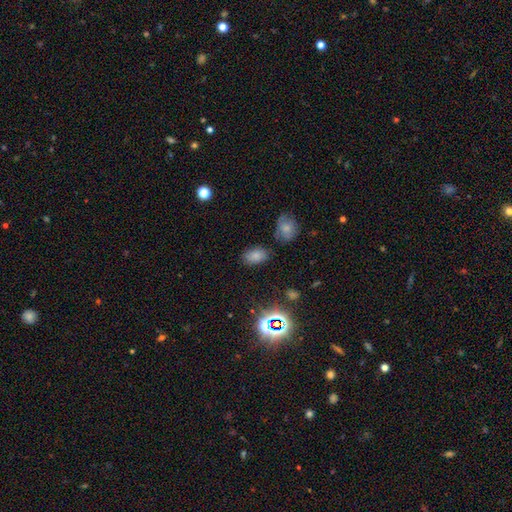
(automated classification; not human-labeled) smooth_or_featured: smooth (p=0.76) [alt: star or artifact p=0.17]
how_rounded: in between (p=0.89) [alt: round p=0.09]
merging: none (p=0.79) [alt: minor disturbance p=0.13]